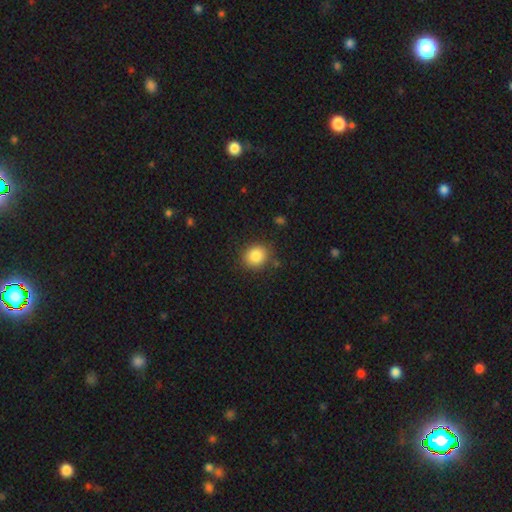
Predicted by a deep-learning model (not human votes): Smooth or featured? smooth (85%)
How rounded? round (76%)
Merging? none (85%)